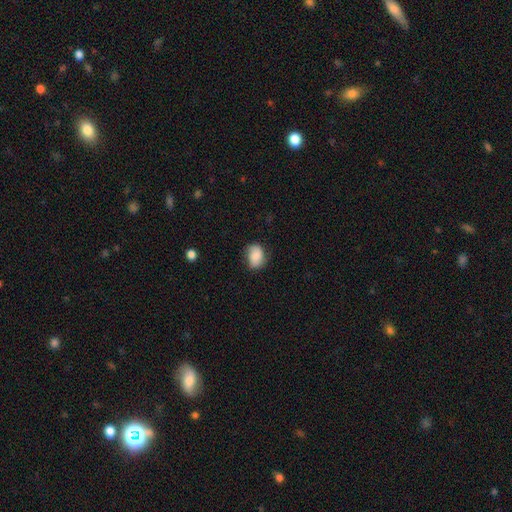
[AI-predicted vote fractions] smooth_or_featured: smooth (p=0.78) [alt: featured or disk p=0.14]
how_rounded: in between (p=0.71) [alt: round p=0.28]
merging: none (p=0.68) [alt: minor disturbance p=0.25]